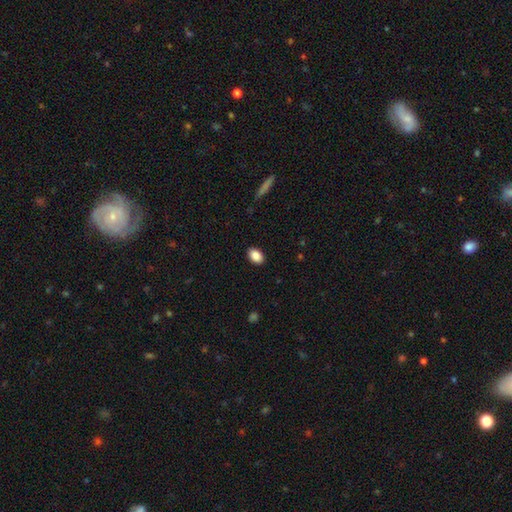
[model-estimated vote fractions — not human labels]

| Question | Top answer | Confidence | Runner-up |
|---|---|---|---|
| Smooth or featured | smooth | 89% | star or artifact (7%) |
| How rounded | in between | 87% | round (11%) |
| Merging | none | 90% | minor disturbance (7%) |